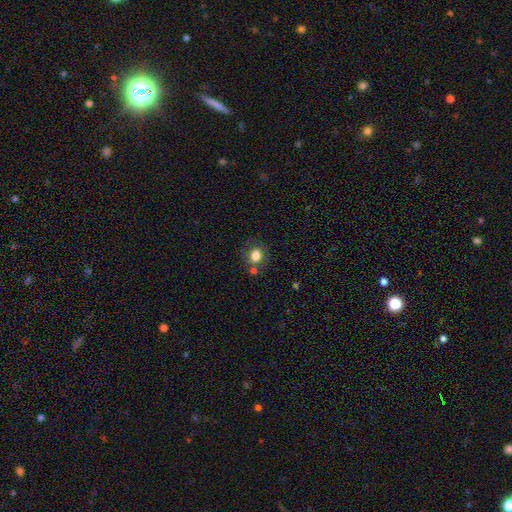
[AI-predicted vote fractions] smooth-or-featured: smooth: 79% | featured or disk: 11% | star or artifact: 10%
  how-rounded: round: 57% | in between: 42% | cigar-shaped: 1%
  merging: none: 64% | merger: 16% | minor disturbance: 15% | major disturbance: 6%